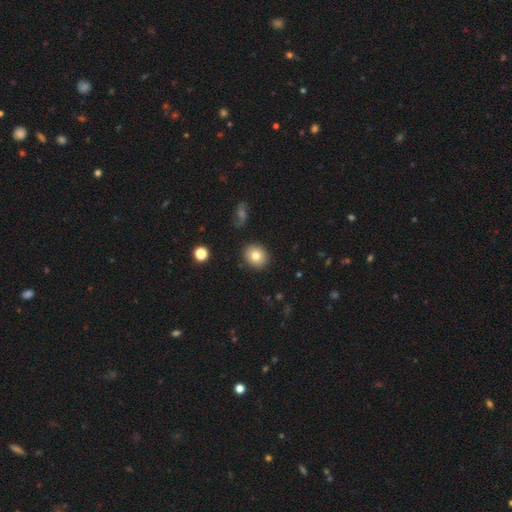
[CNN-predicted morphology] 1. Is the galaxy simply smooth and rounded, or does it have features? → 79% smooth, 12% featured or disk, 9% star or artifact.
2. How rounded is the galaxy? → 68% round, 31% in between, 1% cigar-shaped.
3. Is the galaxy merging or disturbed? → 89% none, 7% minor disturbance, 2% major disturbance, 2% merger.